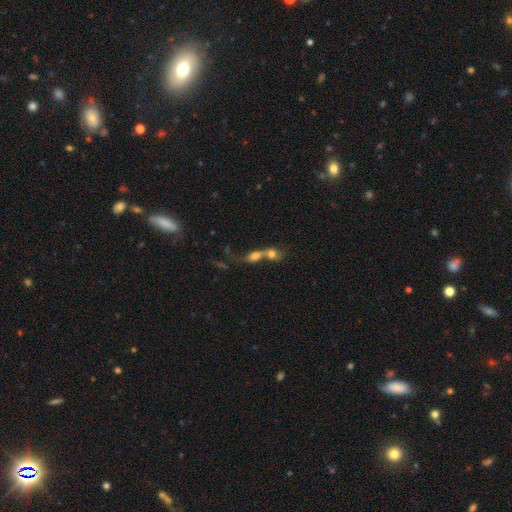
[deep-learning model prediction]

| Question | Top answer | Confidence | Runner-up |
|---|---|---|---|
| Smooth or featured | smooth | 61% | featured or disk (26%) |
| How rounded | in between | 51% | round (40%) |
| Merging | merger | 80% | none (10%) |